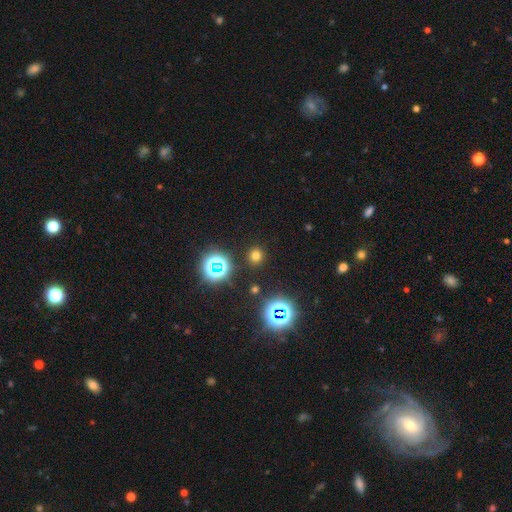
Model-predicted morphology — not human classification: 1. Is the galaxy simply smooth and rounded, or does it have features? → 66% smooth, 28% star or artifact, 6% featured or disk.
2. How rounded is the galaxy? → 89% round, 10% in between, 1% cigar-shaped.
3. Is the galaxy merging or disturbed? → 89% none, 6% minor disturbance, 3% major disturbance, 2% merger.